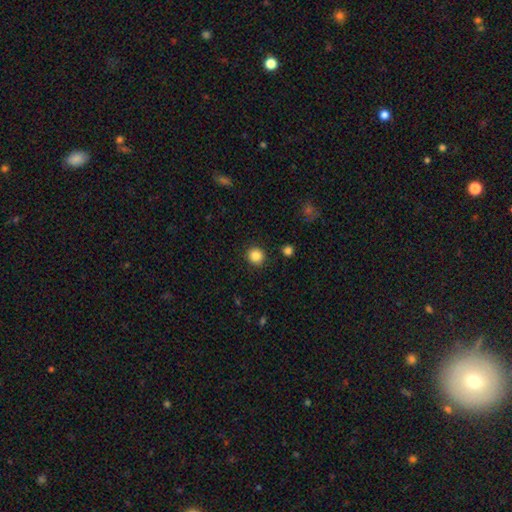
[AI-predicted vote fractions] smooth_or_featured: smooth (p=0.86) [alt: star or artifact p=0.10]
how_rounded: round (p=0.92) [alt: in between p=0.07]
merging: none (p=0.91) [alt: minor disturbance p=0.05]